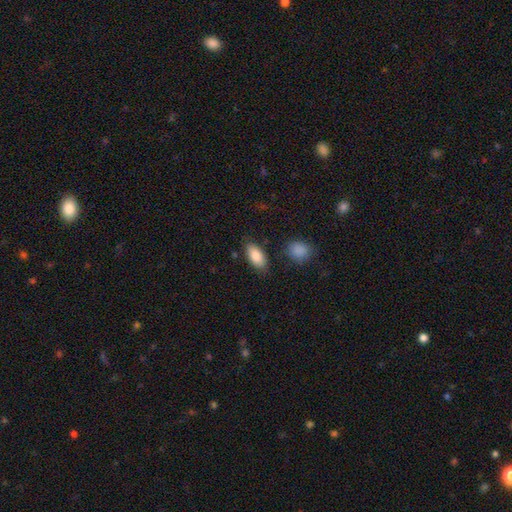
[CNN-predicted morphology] The model was most divided on "merging": none: 82%, minor disturbance: 12%, merger: 3%, major disturbance: 3%. More confident: how rounded — in between (91%); smooth or featured — smooth (86%).